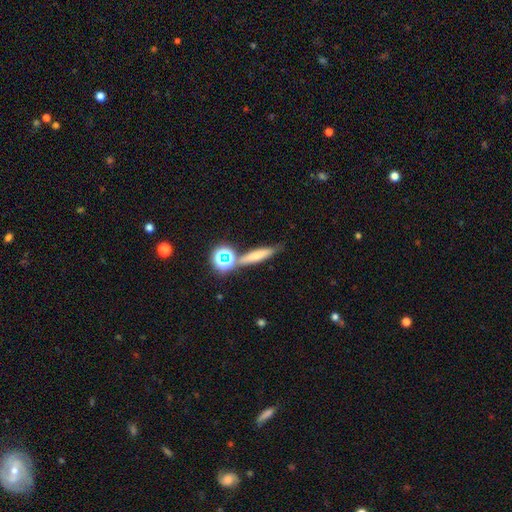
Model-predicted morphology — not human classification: Q: Smooth or featured?
A: smooth (64%); runner-up: featured or disk (20%)
Q: How rounded?
A: cigar-shaped (72%); runner-up: in between (18%)
Q: Merging?
A: none (71%); runner-up: minor disturbance (13%)